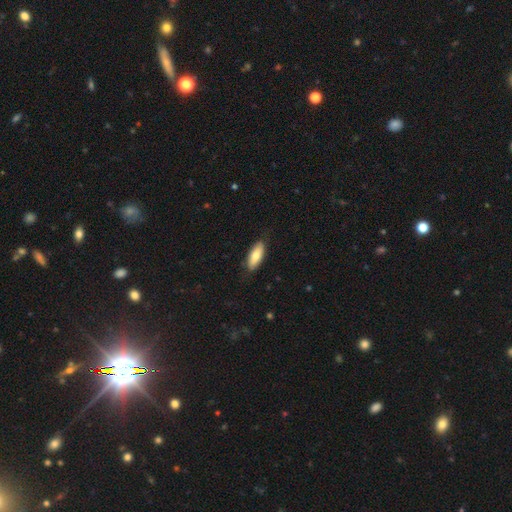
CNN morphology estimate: type=smooth (77%); roundness=in between (75%); merging=none (84%).